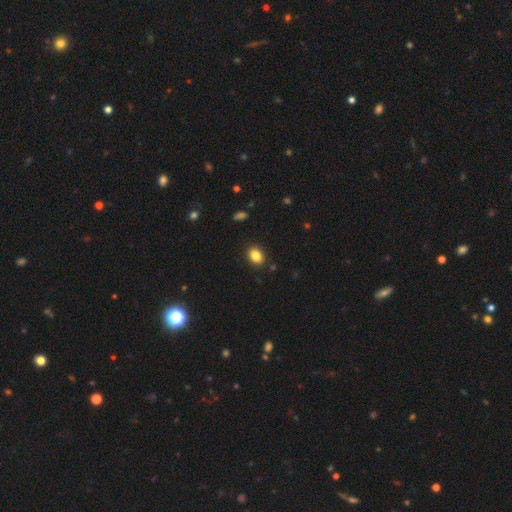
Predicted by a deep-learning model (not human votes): This is clearly a smooth galaxy (86%). How rounded: likely in between (67%). Merging: clearly none (89%).